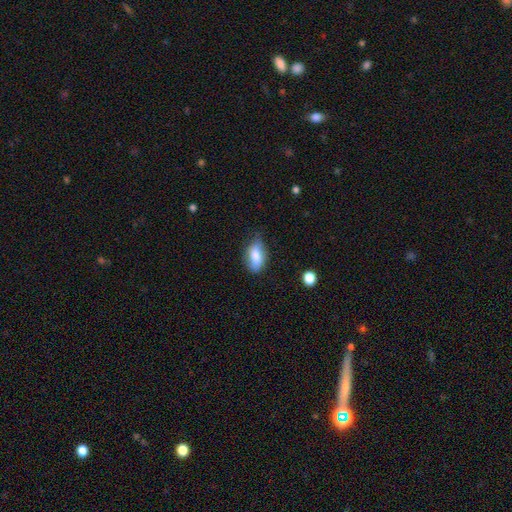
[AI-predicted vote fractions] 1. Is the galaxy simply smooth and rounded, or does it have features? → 78% smooth, 15% featured or disk, 7% star or artifact.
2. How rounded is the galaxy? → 87% in between, 8% cigar-shaped, 5% round.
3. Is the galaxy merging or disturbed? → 64% none, 29% minor disturbance, 6% major disturbance, 2% merger.